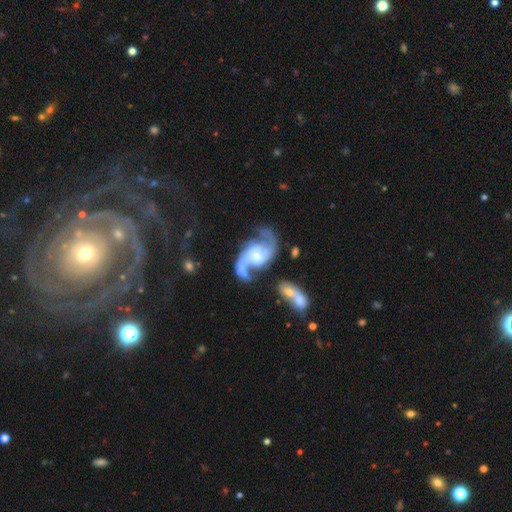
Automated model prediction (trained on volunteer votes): Q: Smooth or featured?
A: featured or disk (90%); runner-up: smooth (5%)
Q: Edge-on disk?
A: no (98%); runner-up: yes (2%)
Q: Bar?
A: no (50%); runner-up: weak (38%)
Q: Spiral arms?
A: yes (97%); runner-up: no (3%)
Q: Spiral winding?
A: loose (56%); runner-up: medium (37%)
Q: Spiral arm count?
A: 2 (92%); runner-up: 1 (2%)
Q: Bulge size?
A: small (46%); runner-up: moderate (40%)
Q: Merging?
A: none (53%); runner-up: minor disturbance (17%)